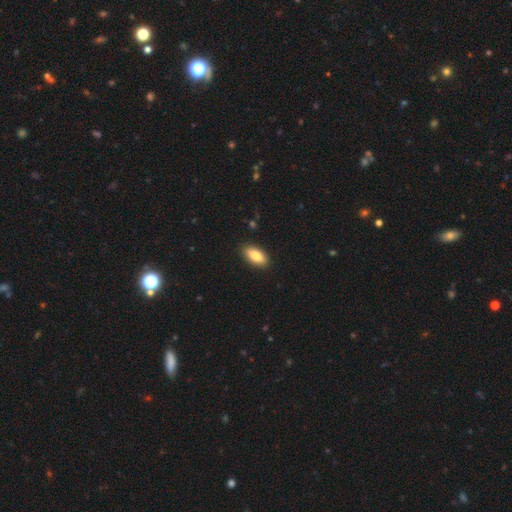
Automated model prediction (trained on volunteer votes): A smooth galaxy with no disk features (85%) that is in between round and cigar-shaped (89%).

Vote fractions:
- Smooth or featured? smooth: 85% / featured or disk: 8% / star or artifact: 6%
- How rounded? in between: 89% / cigar-shaped: 9% / round: 3%
- Merging? none: 89% / minor disturbance: 8% / major disturbance: 2% / merger: 1%